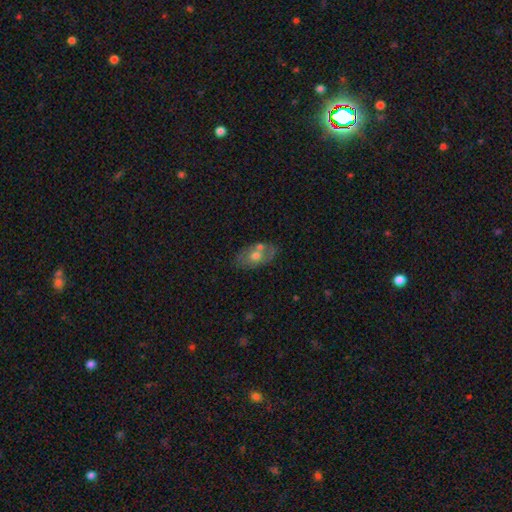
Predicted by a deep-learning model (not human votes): This appears to be a smooth galaxy with no disk features (49%). Merging: none (58%).